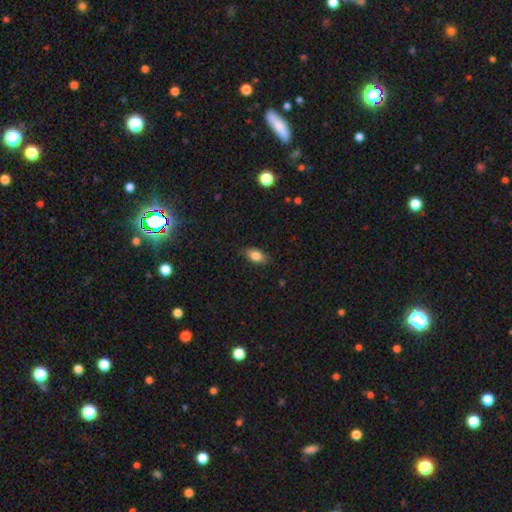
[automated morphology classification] Q: Smooth or featured?
A: smooth (84%); runner-up: featured or disk (8%)
Q: How rounded?
A: in between (88%); runner-up: round (7%)
Q: Merging?
A: none (83%); runner-up: minor disturbance (13%)